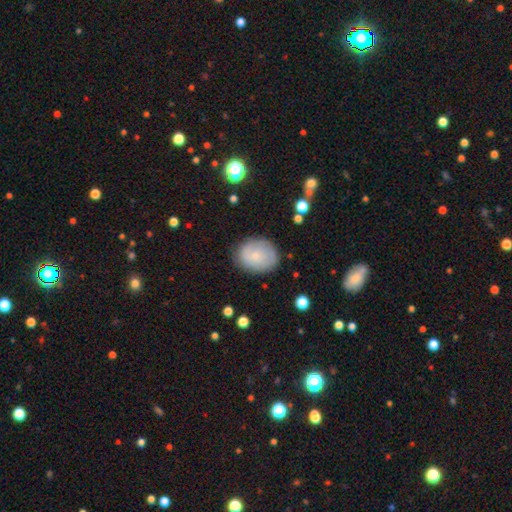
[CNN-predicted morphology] smooth 65%, featured or disk 27%, star or artifact 8%. Down the decision tree: how rounded — in between (52%); merging — none (80%).